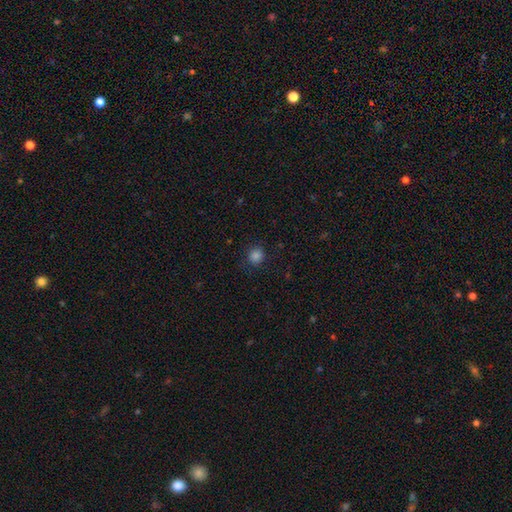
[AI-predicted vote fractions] A smooth galaxy with no disk features (83%) that is round (88%).

Vote fractions:
- Smooth or featured? smooth: 83% / star or artifact: 13% / featured or disk: 3%
- How rounded? round: 88% / in between: 11% / cigar-shaped: 1%
- Merging? none: 86% / minor disturbance: 10% / major disturbance: 3% / merger: 1%